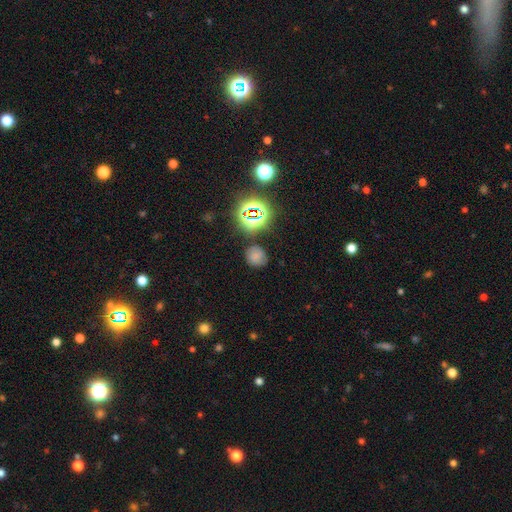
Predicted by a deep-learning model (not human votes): smooth_or_featured: smooth (p=0.65) [alt: star or artifact p=0.26]
how_rounded: round (p=0.80) [alt: in between p=0.19]
merging: none (p=0.78) [alt: minor disturbance p=0.14]